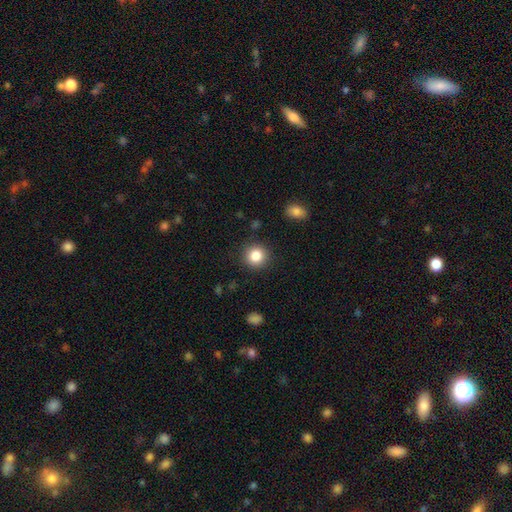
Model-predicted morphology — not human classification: The model was most divided on "smooth or featured": smooth: 84%, star or artifact: 10%, featured or disk: 6%. More confident: how rounded — round (91%); merging — none (90%).